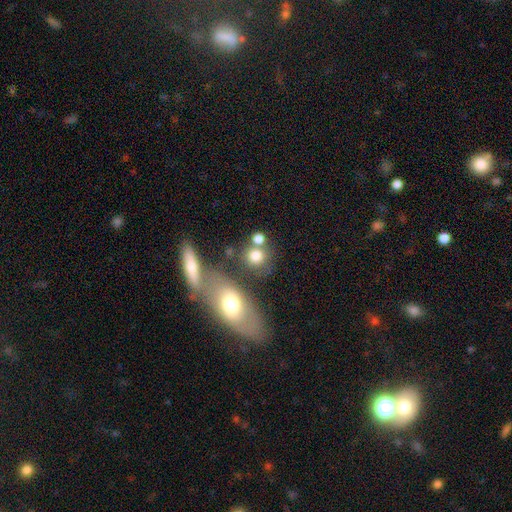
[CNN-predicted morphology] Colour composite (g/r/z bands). It shows a smooth galaxy with no disk features (77%) that is round (78%). Merging: none (54%).